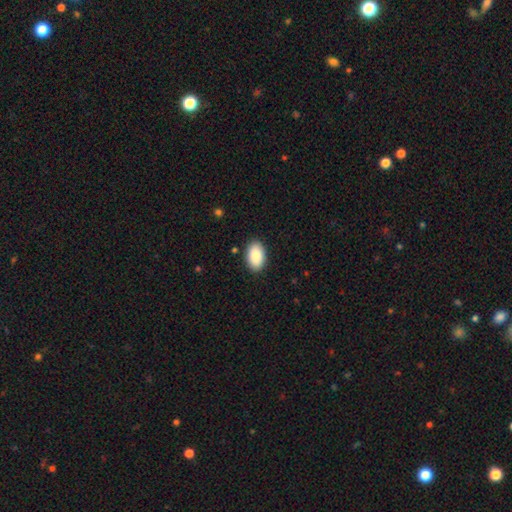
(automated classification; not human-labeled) Smooth or featured? smooth (89%)
How rounded? in between (94%)
Merging? none (89%)